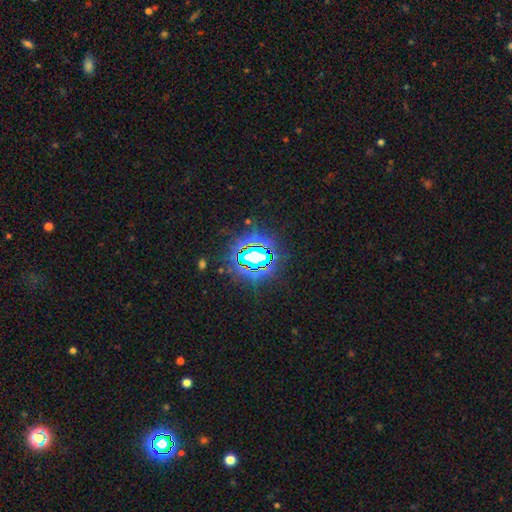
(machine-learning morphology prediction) Smooth or featured? star or artifact (80%)